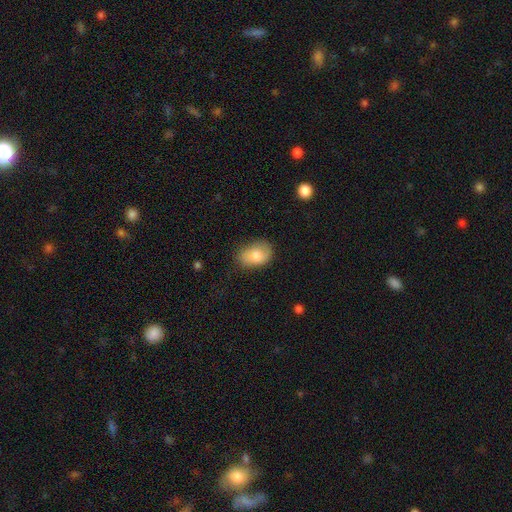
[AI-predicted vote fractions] Q: Smooth or featured?
A: smooth (76%); runner-up: featured or disk (16%)
Q: How rounded?
A: in between (82%); runner-up: round (17%)
Q: Merging?
A: none (69%); runner-up: minor disturbance (23%)